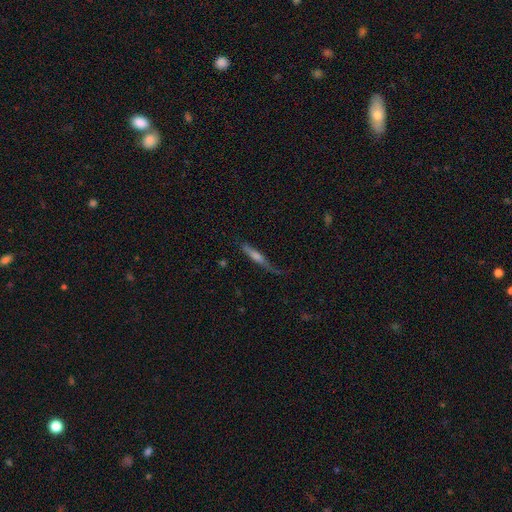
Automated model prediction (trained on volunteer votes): A featured or disk galaxy (55%) viewed edge-on (92%) with a rounded central bulge (64%).

Vote fractions:
- Smooth or featured? featured or disk: 55% / smooth: 37% / star or artifact: 8%
- Edge-on disk? yes: 92% / no: 8%
- Edge-on bulge? rounded: 64% / none: 21% / boxy: 15%
- Merging? none: 60% / minor disturbance: 26% / major disturbance: 11% / merger: 3%